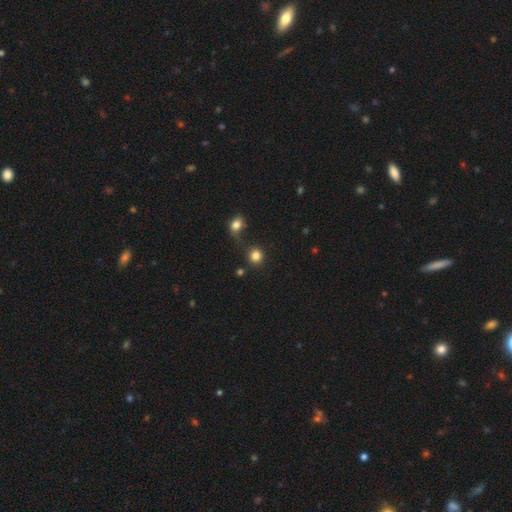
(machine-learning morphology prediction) Smooth or featured: smooth — 83% (star or artifact — 12%)
How rounded: round — 89% (in between — 10%)
Merging: none — 74% (merger — 12%)